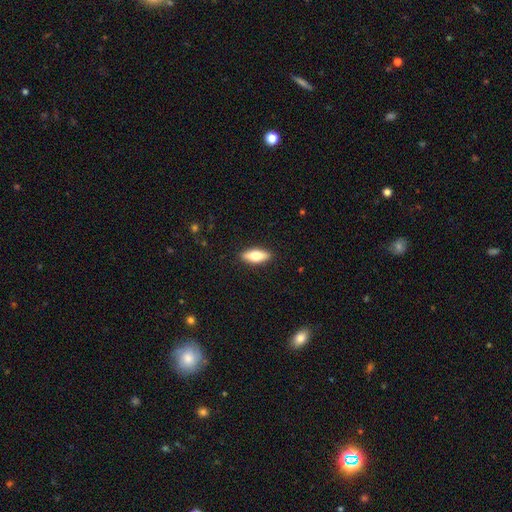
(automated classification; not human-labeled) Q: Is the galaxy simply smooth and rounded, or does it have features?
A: smooth — 69%.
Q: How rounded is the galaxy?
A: in between — 71%.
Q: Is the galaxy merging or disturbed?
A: none — 90%.